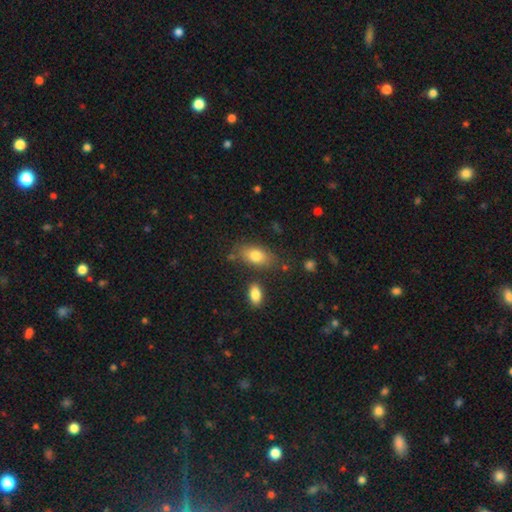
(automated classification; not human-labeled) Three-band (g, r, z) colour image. It shows a smooth galaxy with no disk features (80%) that is in between round and cigar-shaped (88%). Merging: none (73%).